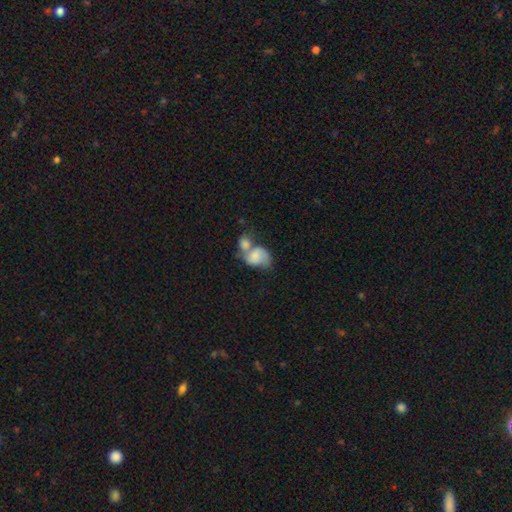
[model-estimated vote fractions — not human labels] Smooth or featured? Predicted: smooth (p=0.64). How rounded? Predicted: in between (p=0.69). Merging? Predicted: merger (p=0.68).